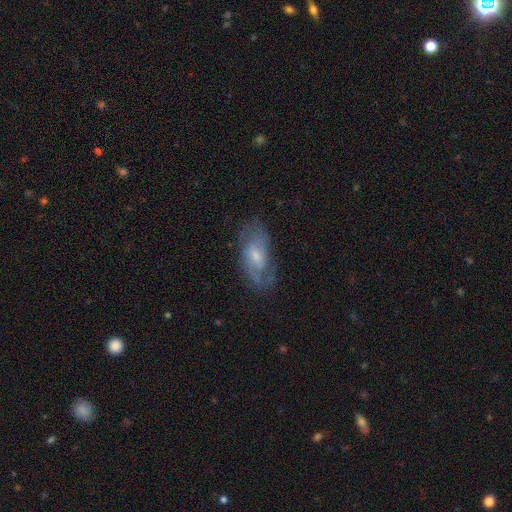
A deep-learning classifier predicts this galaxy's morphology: featured or disk 61%, smooth 32%, star or artifact 8%. Down the decision tree: edge-on disk — no (90%); bar — no (51%); spiral arms — yes (72%); bulge size — small (56%); merging — none (65%).